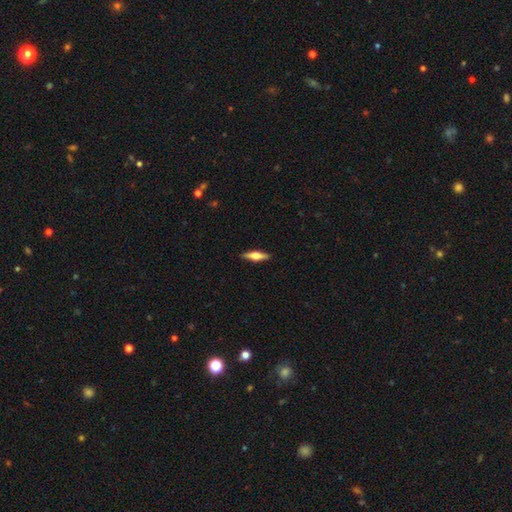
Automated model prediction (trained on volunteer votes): Q: Smooth or featured?
A: featured or disk (54%); runner-up: smooth (40%)
Q: Edge-on disk?
A: yes (96%); runner-up: no (4%)
Q: Edge-on bulge?
A: rounded (91%); runner-up: boxy (6%)
Q: Merging?
A: none (90%); runner-up: minor disturbance (7%)